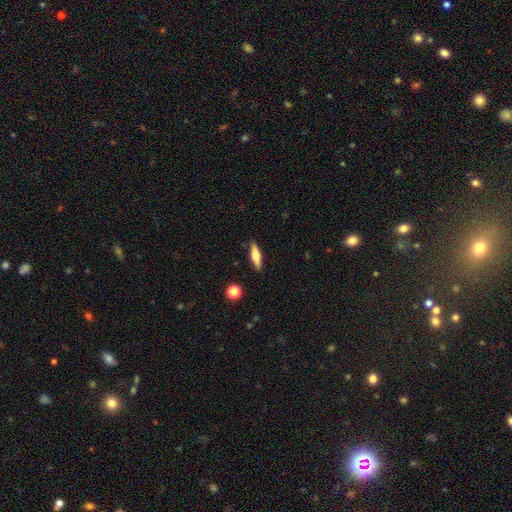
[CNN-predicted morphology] smooth_or_featured: smooth (p=0.54) [alt: featured or disk p=0.40]
how_rounded: cigar-shaped (p=0.64) [alt: in between p=0.34]
merging: none (p=0.88) [alt: minor disturbance p=0.08]